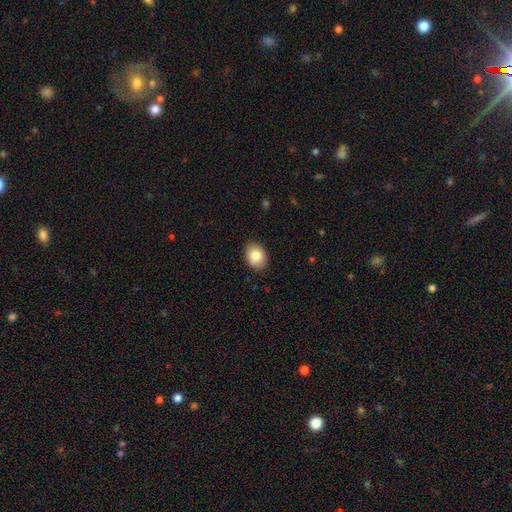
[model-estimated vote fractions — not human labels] Overall: smooth (82%). How rounded: in between (77%). Merging: none (86%).